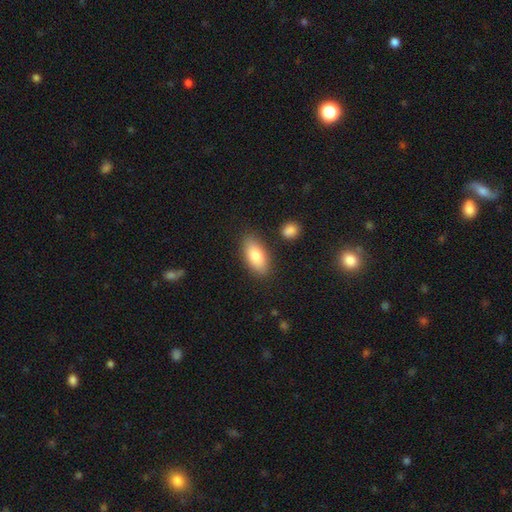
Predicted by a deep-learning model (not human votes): A smooth galaxy with no disk features (81%) that is in between round and cigar-shaped (88%). Merging: none (83%).